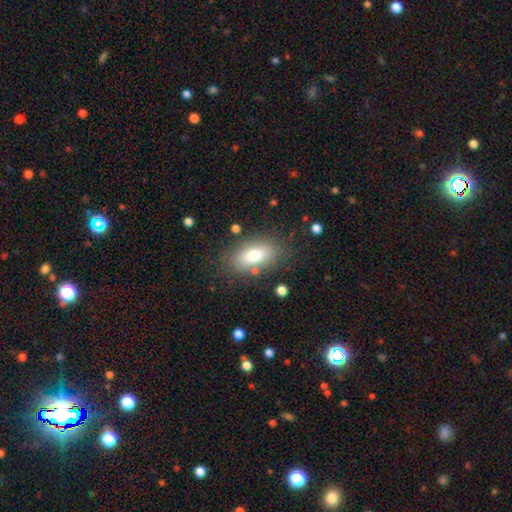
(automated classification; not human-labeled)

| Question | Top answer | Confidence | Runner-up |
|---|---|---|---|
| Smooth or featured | smooth | 74% | featured or disk (17%) |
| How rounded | in between | 87% | cigar-shaped (8%) |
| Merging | none | 81% | minor disturbance (12%) |